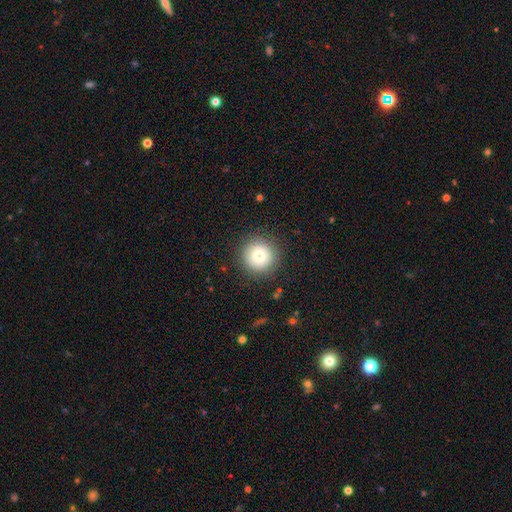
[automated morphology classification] smooth_or_featured: smooth (p=0.74) [alt: featured or disk p=0.14]
how_rounded: round (p=0.96) [alt: in between p=0.03]
merging: none (p=0.89) [alt: minor disturbance p=0.07]